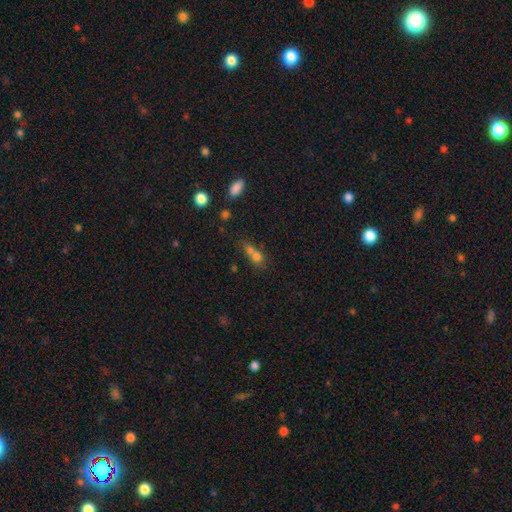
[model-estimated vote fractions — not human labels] This appears to be a smooth galaxy with no disk features (68%) that is round (60%). Merging: merger (61%).